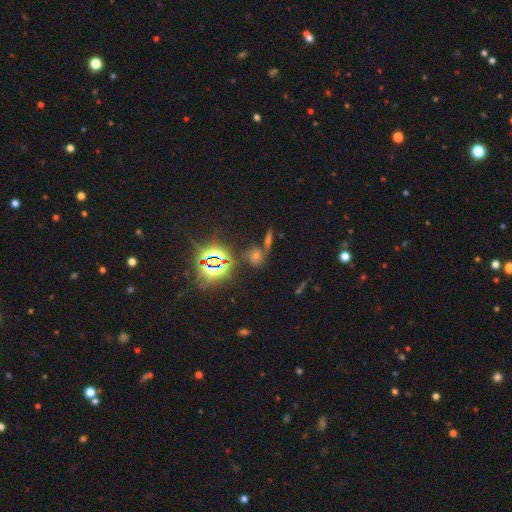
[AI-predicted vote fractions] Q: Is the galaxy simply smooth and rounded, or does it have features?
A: star or artifact — 57%.